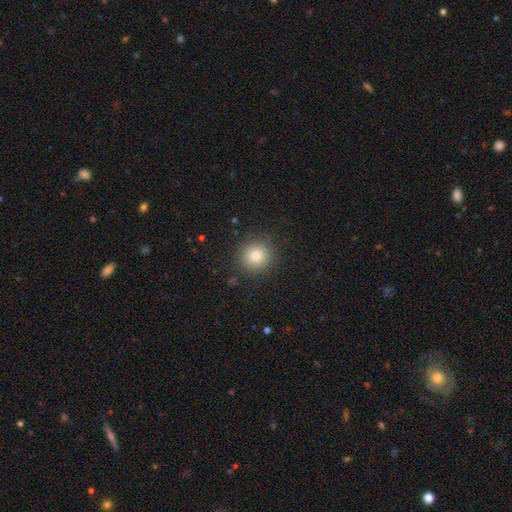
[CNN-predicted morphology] Q: Smooth or featured?
A: smooth (80%); runner-up: star or artifact (12%)
Q: How rounded?
A: round (92%); runner-up: in between (7%)
Q: Merging?
A: none (89%); runner-up: minor disturbance (7%)